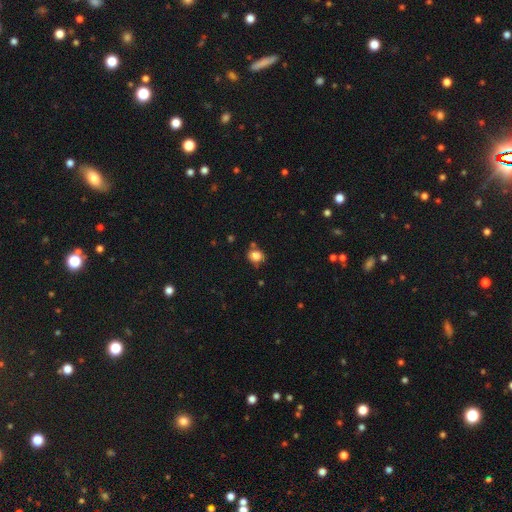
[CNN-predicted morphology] smooth 84%, star or artifact 11%, featured or disk 6%. Down the decision tree: how rounded — round (69%); merging — none (69%).